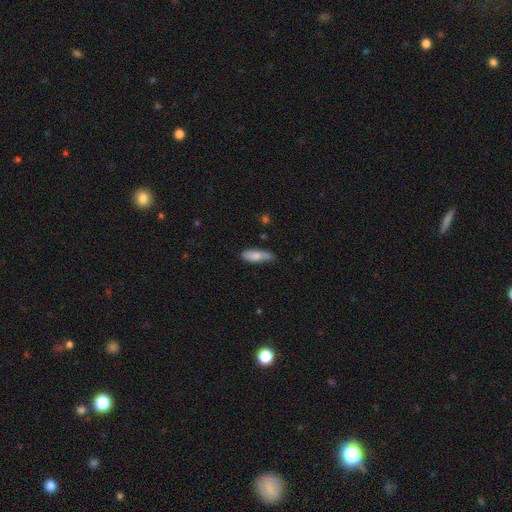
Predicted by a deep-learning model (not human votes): Overall: smooth (78%). How rounded: in between (62%; cigar-shaped 36%). Merging: none (59%; minor disturbance 33%).